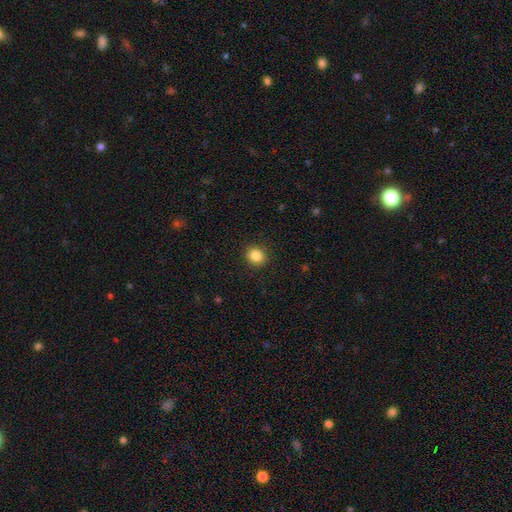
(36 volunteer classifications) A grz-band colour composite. It shows a smooth galaxy with no disk features (92%) that is round (73%). Merging: none (88%).